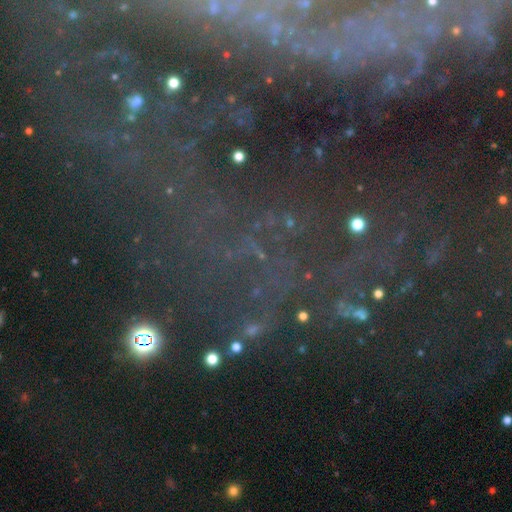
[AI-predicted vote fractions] Morphology: type=star or artifact (66%).